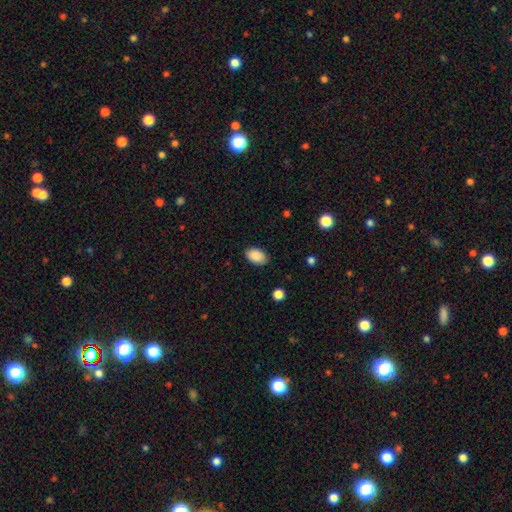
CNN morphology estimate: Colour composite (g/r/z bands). It shows a smooth galaxy with no disk features (90%) that is in between round and cigar-shaped (91%). Merging: none (87%).